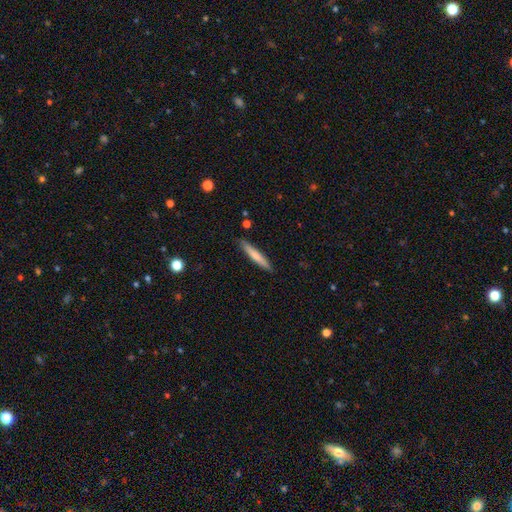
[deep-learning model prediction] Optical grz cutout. It shows a smooth galaxy with no disk features (68%) that is cigar-shaped (94%). Merging: none (89%).